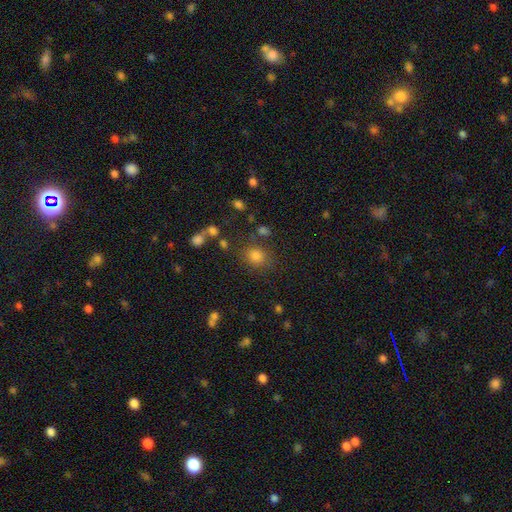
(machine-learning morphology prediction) Smooth or featured? smooth (77%)
How rounded? round (76%)
Merging? none (77%)